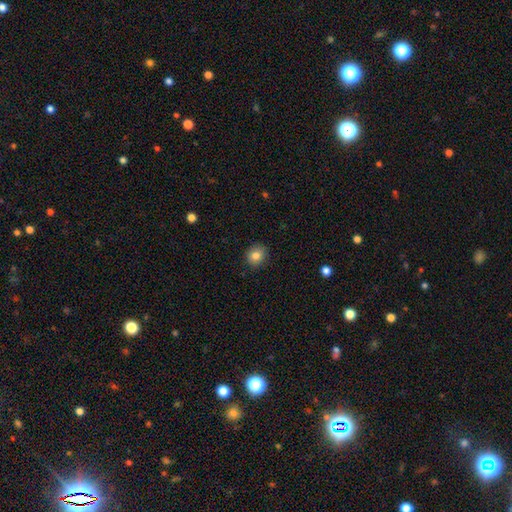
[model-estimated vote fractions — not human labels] Morphology: type=smooth (82%); roundness=round (81%); merging=none (88%).